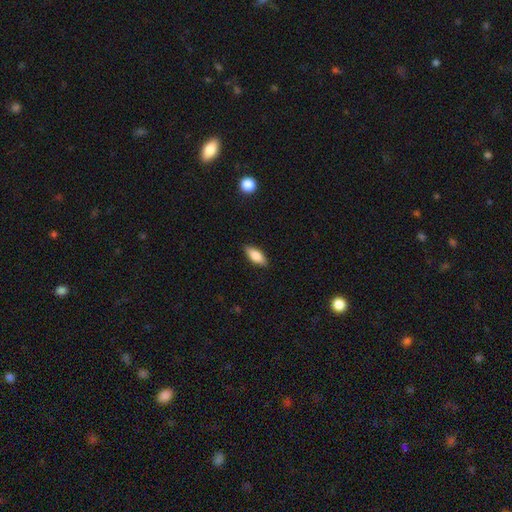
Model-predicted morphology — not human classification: A smooth galaxy with no disk features (80%) that is in between round and cigar-shaped (76%). Merging: none (88%).